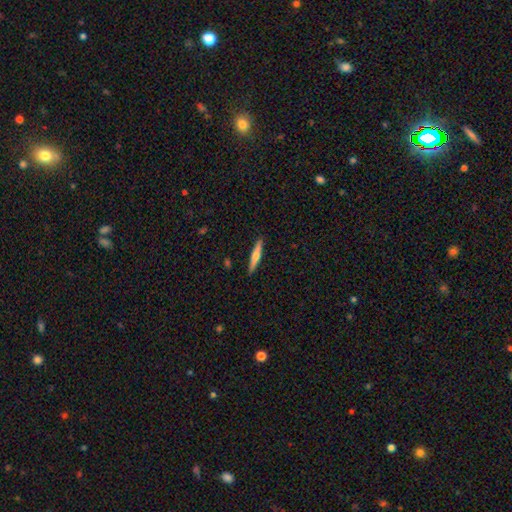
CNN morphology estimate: type=smooth (49%); merging=none (91%).